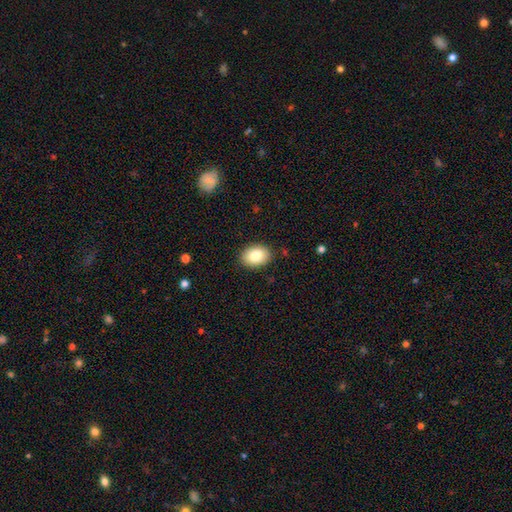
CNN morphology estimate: type=smooth (83%); roundness=in between (79%); merging=none (88%).